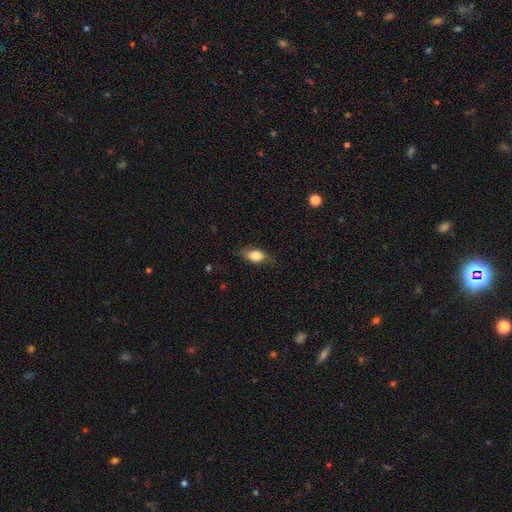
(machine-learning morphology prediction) smooth-or-featured: smooth: 78% | featured or disk: 14% | star or artifact: 8%
  how-rounded: in between: 83% | round: 10% | cigar-shaped: 8%
  merging: none: 75% | minor disturbance: 19% | major disturbance: 5% | merger: 1%